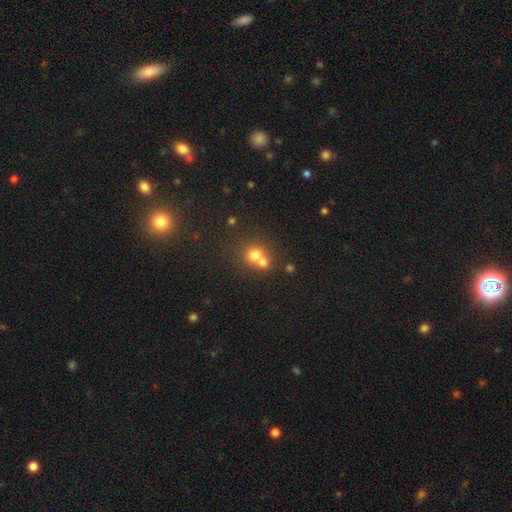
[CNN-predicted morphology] Smooth or featured?
  - smooth: 68% *
  - star or artifact: 17%
  - featured or disk: 15%
How rounded?
  - round: 83% *
  - in between: 16%
  - cigar-shaped: 1%
Merging?
  - merger: 54% *
  - none: 37%
  - minor disturbance: 6%
  - major disturbance: 3%